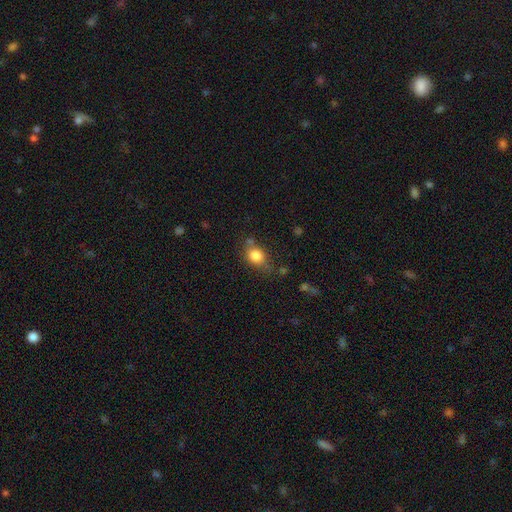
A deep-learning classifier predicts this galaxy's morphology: Smooth or featured?
  - smooth: 83% *
  - star or artifact: 10%
  - featured or disk: 7%
How rounded?
  - in between: 51% *
  - round: 47%
  - cigar-shaped: 2%
Merging?
  - none: 61% *
  - minor disturbance: 22%
  - merger: 9%
  - major disturbance: 7%